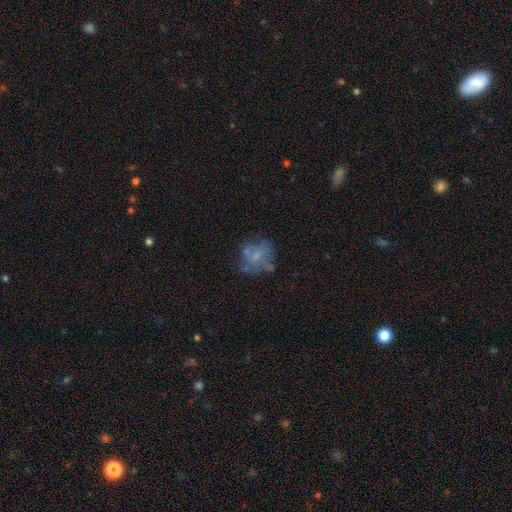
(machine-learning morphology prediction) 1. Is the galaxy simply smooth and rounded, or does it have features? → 49% featured or disk, 37% smooth, 14% star or artifact.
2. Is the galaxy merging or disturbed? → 47% none, 25% major disturbance, 21% minor disturbance, 7% merger.